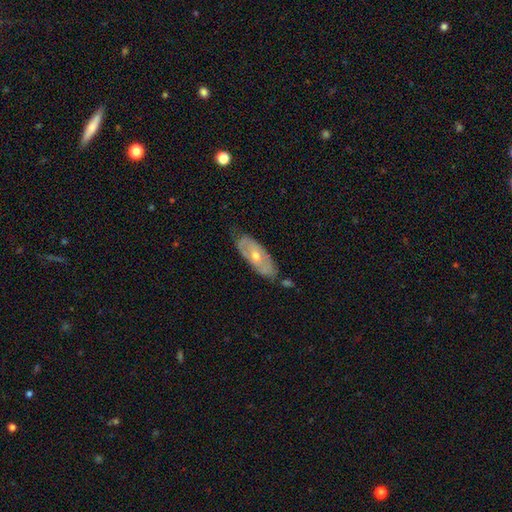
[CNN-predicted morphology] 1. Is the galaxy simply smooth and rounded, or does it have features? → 60% featured or disk, 34% smooth, 6% star or artifact.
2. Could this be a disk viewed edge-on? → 79% no, 21% yes.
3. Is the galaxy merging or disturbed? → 72% none, 20% minor disturbance, 4% major disturbance, 4% merger.